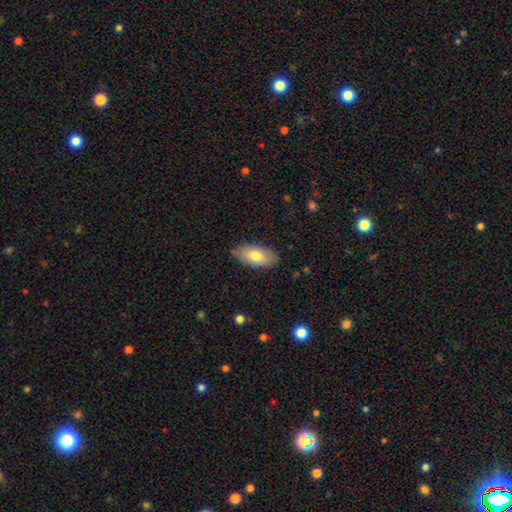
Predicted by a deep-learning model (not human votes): smooth 76%, featured or disk 18%, star or artifact 6%. Down the decision tree: how rounded — in between (91%); merging — none (82%).